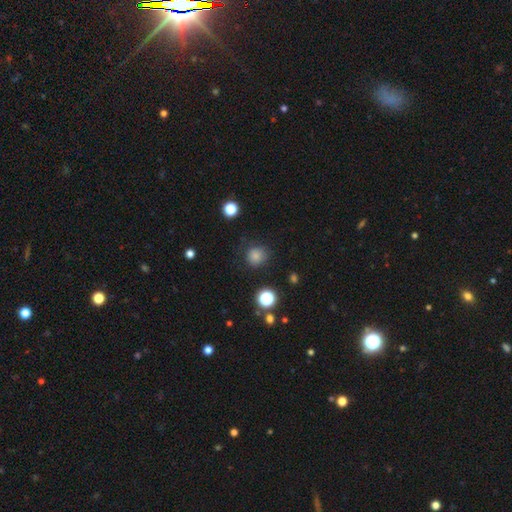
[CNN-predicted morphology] This appears to be a smooth galaxy with no disk features (81%) that is round (89%). Merging: none (80%).